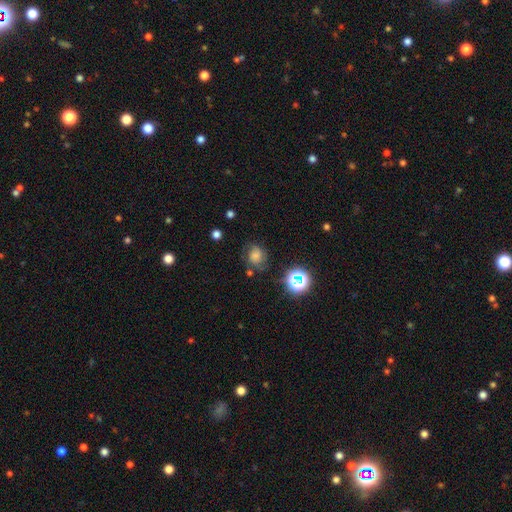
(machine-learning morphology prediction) Smooth or featured: smooth — 51% (featured or disk — 29%)
How rounded: round — 65% (in between — 34%)
Merging: none — 62% (minor disturbance — 23%)